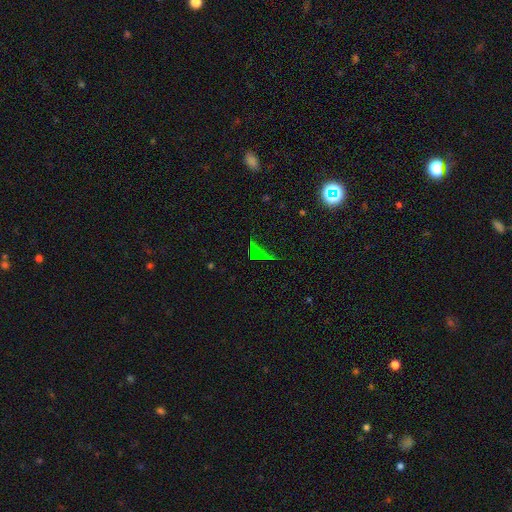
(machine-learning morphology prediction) Smooth or featured? Predicted: star or artifact (p=0.68).